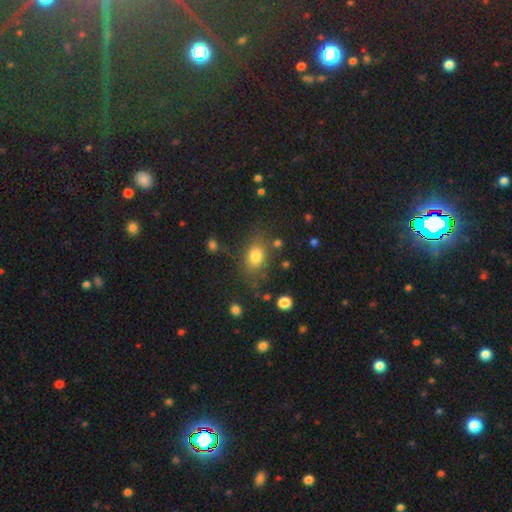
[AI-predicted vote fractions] Overall: smooth (78%). How rounded: in between (64%; round 34%). Merging: none (72%).